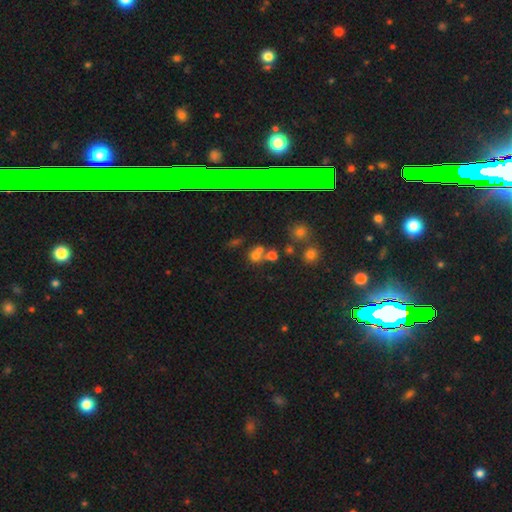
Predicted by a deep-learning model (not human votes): Smooth or featured?
  - smooth: 56% *
  - star or artifact: 28%
  - featured or disk: 16%
How rounded?
  - round: 80% *
  - in between: 19%
  - cigar-shaped: 2%
Merging?
  - merger: 45% *
  - none: 43%
  - minor disturbance: 8%
  - major disturbance: 4%